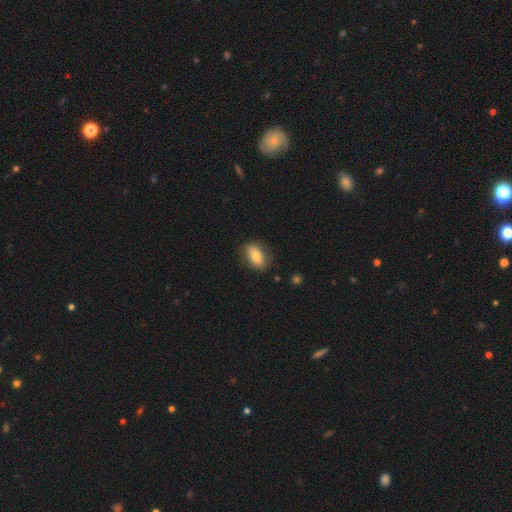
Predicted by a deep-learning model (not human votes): This is likely a smooth galaxy (70%). How rounded: clearly in between (85%). Merging: likely none (79%).